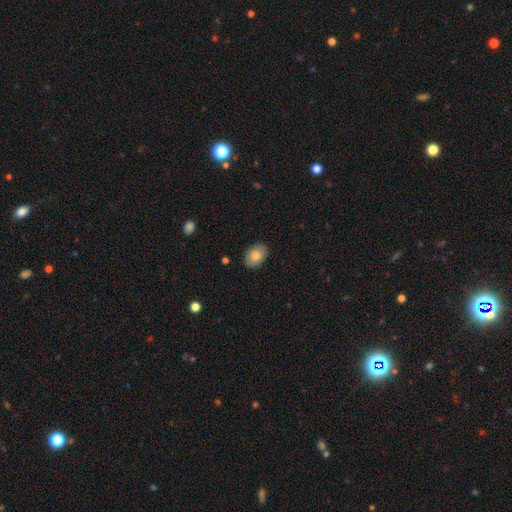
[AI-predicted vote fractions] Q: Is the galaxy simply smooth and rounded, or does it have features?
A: smooth — 82%.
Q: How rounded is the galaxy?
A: in between — 83%.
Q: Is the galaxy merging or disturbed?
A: none — 87%.